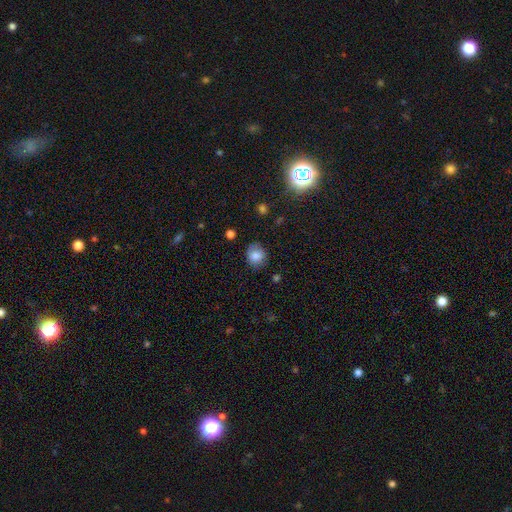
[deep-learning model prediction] This is clearly a smooth galaxy (81%). How rounded: likely round (73%). Merging: likely none (72%).